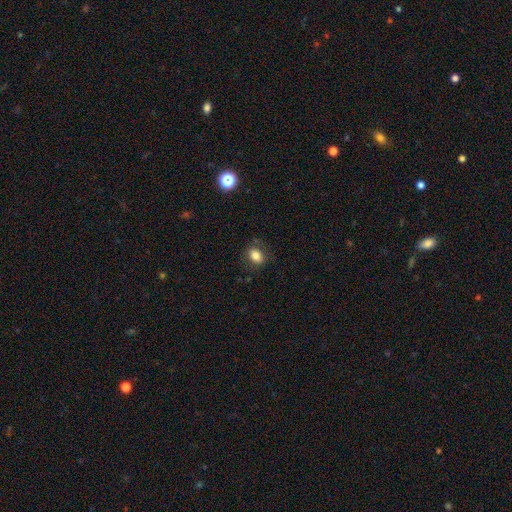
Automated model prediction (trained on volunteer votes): Overall: smooth (82%). How rounded: in between (72%). Merging: none (80%).